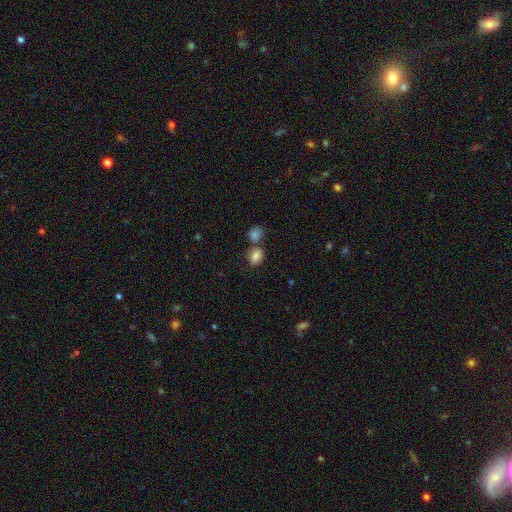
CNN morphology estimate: A smooth galaxy with no disk features (84%) that is in between round and cigar-shaped (50%). Merging: none (54%).